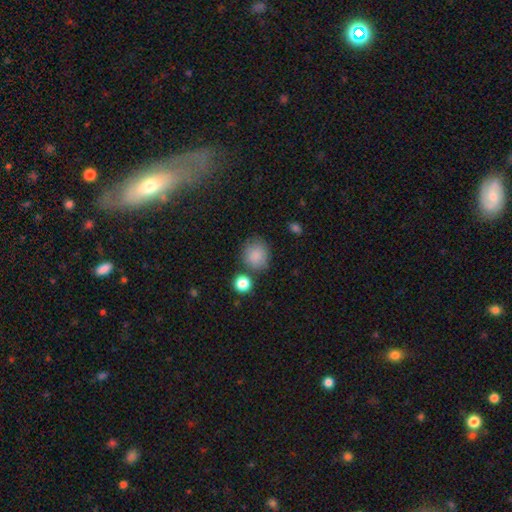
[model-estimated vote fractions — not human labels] Morphology: type=smooth (85%); roundness=round (81%); merging=none (74%).